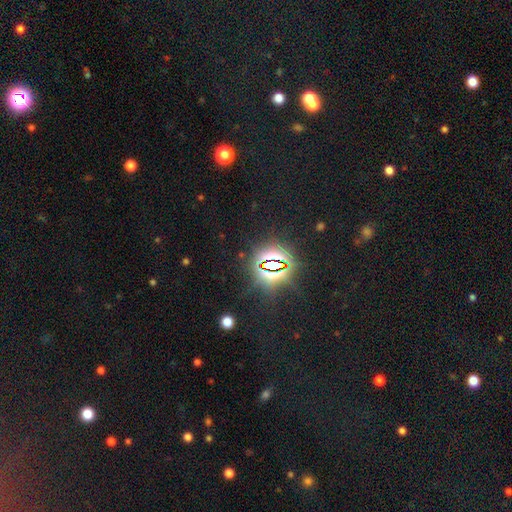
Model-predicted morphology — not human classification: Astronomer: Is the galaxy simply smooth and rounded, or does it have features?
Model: star or artifact — 81%.